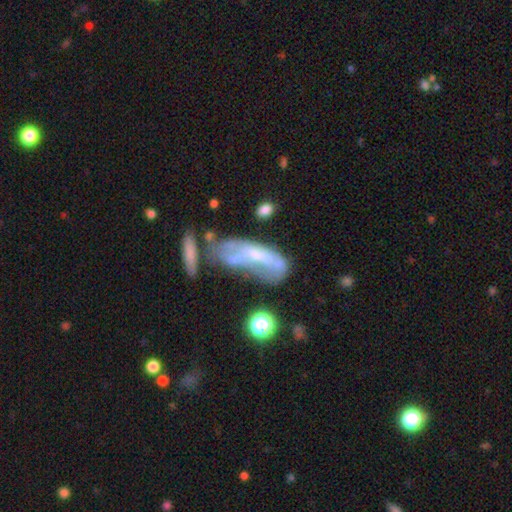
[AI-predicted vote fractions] The model was most divided on "merging": merger: 28%, none: 27%, major disturbance: 25%, minor disturbance: 20%. More confident: edge-on disk — no (80%); smooth or featured — featured or disk (54%).